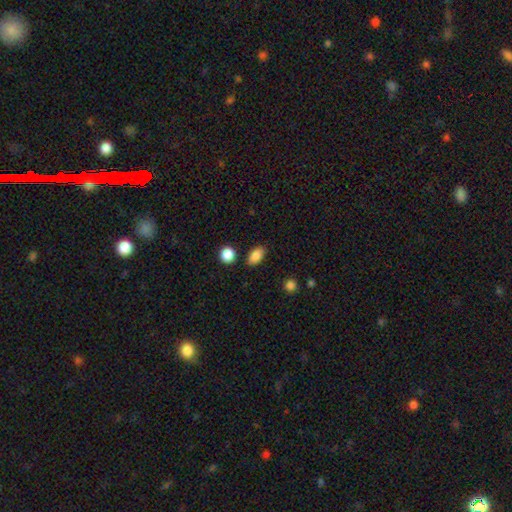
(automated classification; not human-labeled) smooth_or_featured: smooth (p=0.86) [alt: star or artifact p=0.08]
how_rounded: in between (p=0.88) [alt: round p=0.09]
merging: none (p=0.84) [alt: minor disturbance p=0.10]